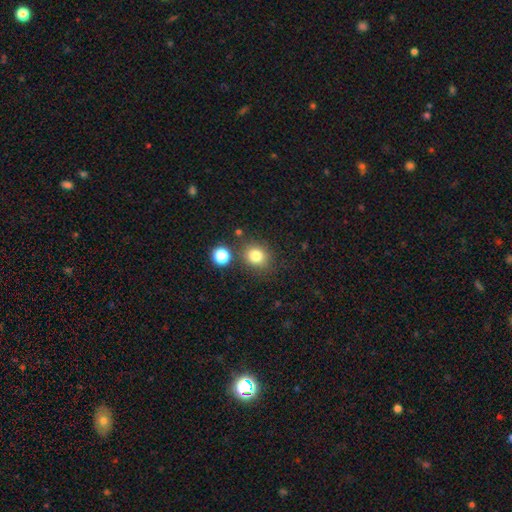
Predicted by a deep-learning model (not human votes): smooth 81%, star or artifact 13%, featured or disk 6%. Down the decision tree: how rounded — round (77%); merging — none (79%).